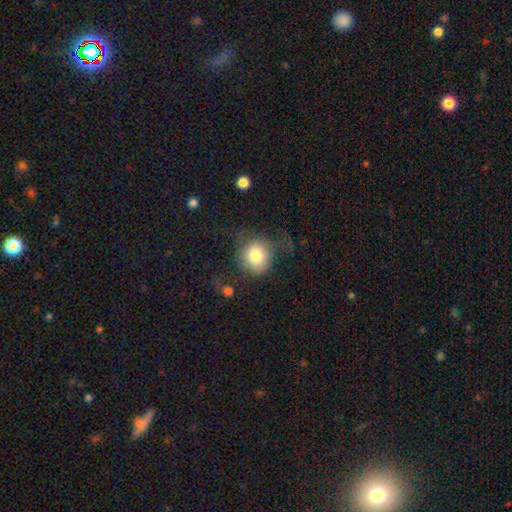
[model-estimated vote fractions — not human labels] A smooth galaxy with no disk features (78%) that is round (85%).

Vote fractions:
- Smooth or featured? smooth: 78% / featured or disk: 13% / star or artifact: 9%
- How rounded? round: 85% / in between: 14% / cigar-shaped: 1%
- Merging? none: 58% / minor disturbance: 20% / major disturbance: 19% / merger: 3%